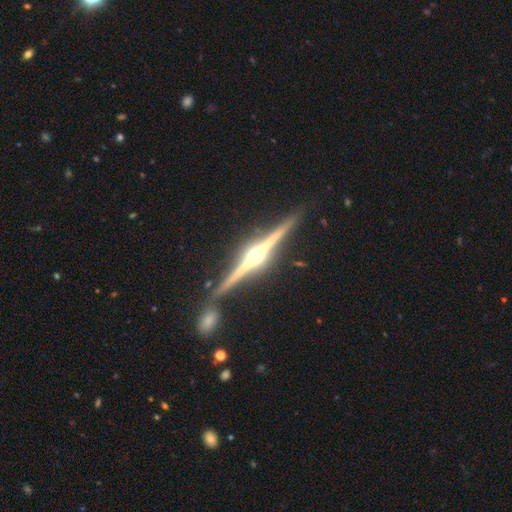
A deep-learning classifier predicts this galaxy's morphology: Smooth or featured? featured or disk (90%)
Edge-on disk? yes (99%)
Edge-on bulge? rounded (94%)
Merging? none (84%)